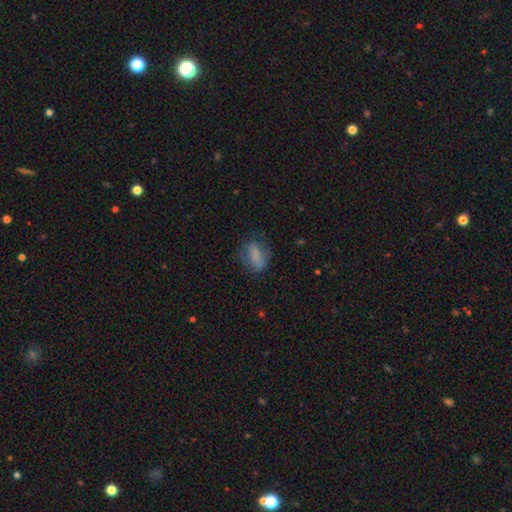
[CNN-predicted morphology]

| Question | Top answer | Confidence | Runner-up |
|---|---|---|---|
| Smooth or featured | smooth | 68% | featured or disk (23%) |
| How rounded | in between | 74% | cigar-shaped (15%) |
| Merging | none | 62% | minor disturbance (23%) |